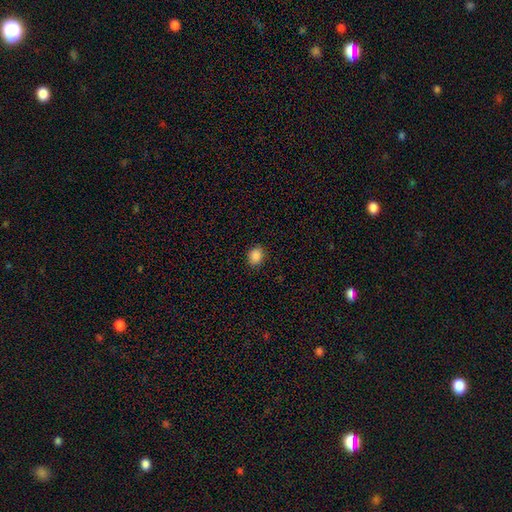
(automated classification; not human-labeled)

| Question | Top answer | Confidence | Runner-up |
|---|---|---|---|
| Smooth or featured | smooth | 87% | star or artifact (10%) |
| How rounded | round | 50% | in between (49%) |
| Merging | none | 87% | minor disturbance (10%) |